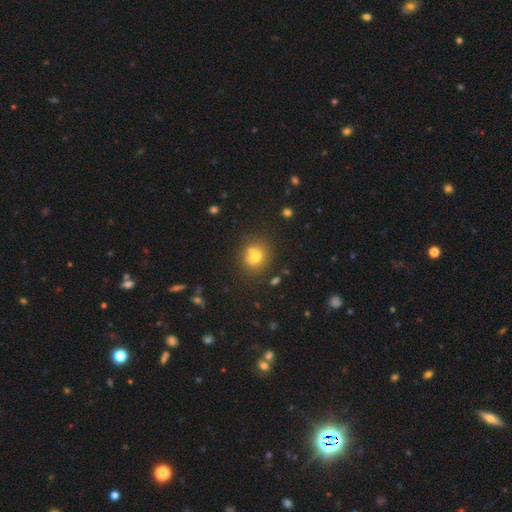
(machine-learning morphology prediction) Smooth or featured?
  - smooth: 68% *
  - featured or disk: 17%
  - star or artifact: 15%
How rounded?
  - round: 78% *
  - in between: 21%
  - cigar-shaped: 1%
Merging?
  - none: 54% *
  - merger: 29%
  - minor disturbance: 12%
  - major disturbance: 4%